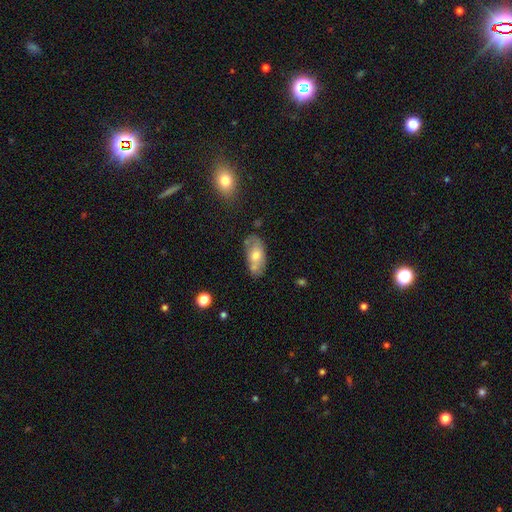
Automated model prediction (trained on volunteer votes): Smooth or featured? Predicted: smooth (p=0.52). How rounded? Predicted: in between (p=0.87). Merging? Predicted: none (p=0.58).